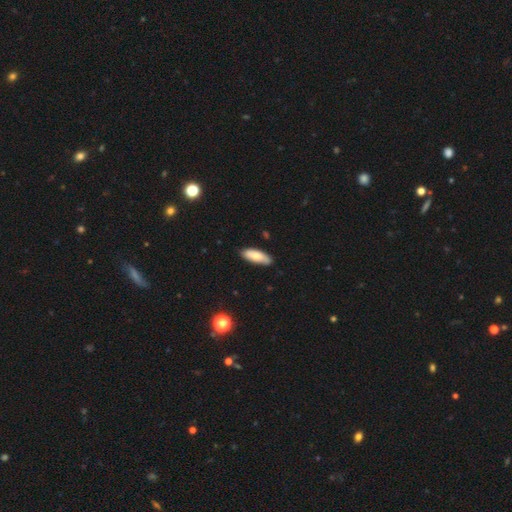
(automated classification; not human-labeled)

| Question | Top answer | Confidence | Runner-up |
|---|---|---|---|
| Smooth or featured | smooth | 77% | featured or disk (17%) |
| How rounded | in between | 67% | cigar-shaped (31%) |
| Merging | none | 83% | minor disturbance (14%) |